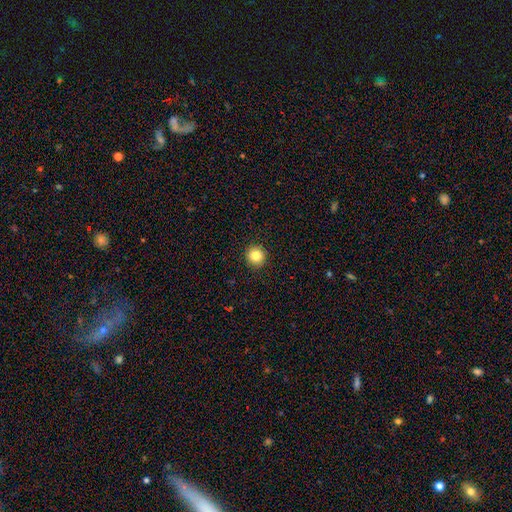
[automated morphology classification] Overall: smooth (84%). How rounded: round (93%). Merging: none (93%).